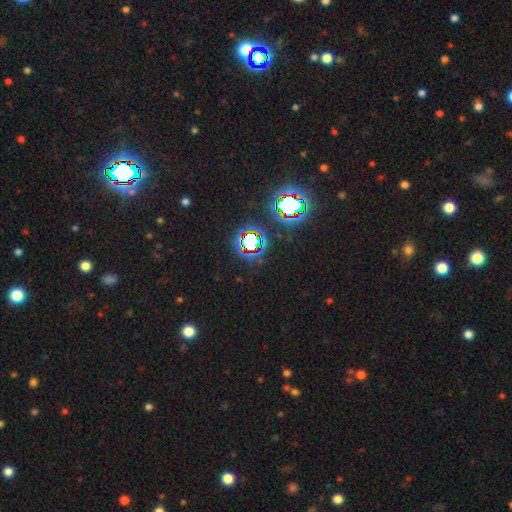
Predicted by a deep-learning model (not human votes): smooth-or-featured: star or artifact: 80% | smooth: 12% | featured or disk: 8%